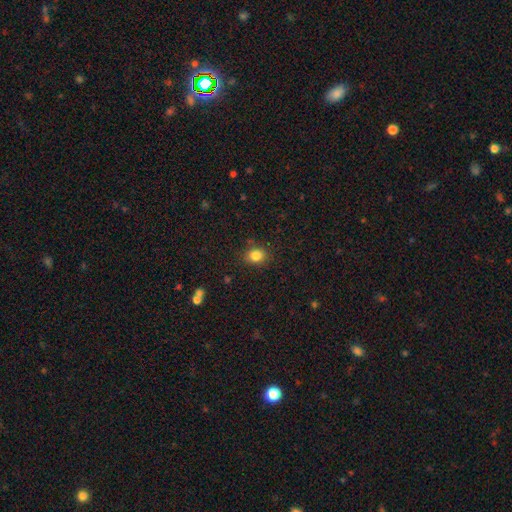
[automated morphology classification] Smooth or featured? smooth (83%)
How rounded? round (60%)
Merging? none (84%)